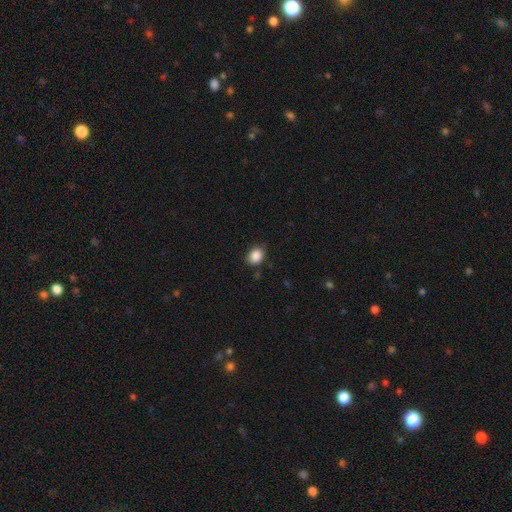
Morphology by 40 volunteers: Smooth or featured? 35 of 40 (88%) said smooth. How rounded? 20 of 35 (57%) said in between. Merging? 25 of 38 (66%) said none.